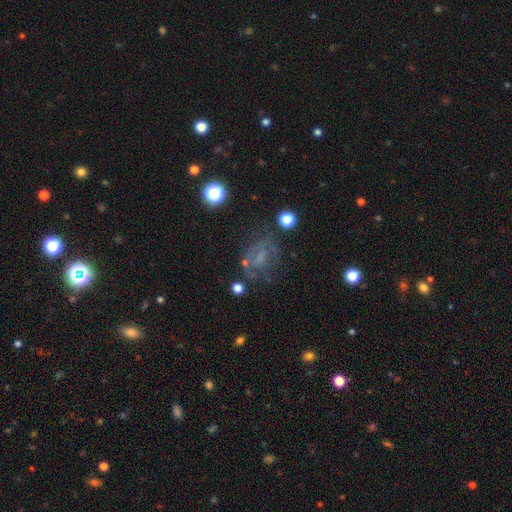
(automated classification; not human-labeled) Smooth or featured? featured or disk (38%)
Merging? none (60%)